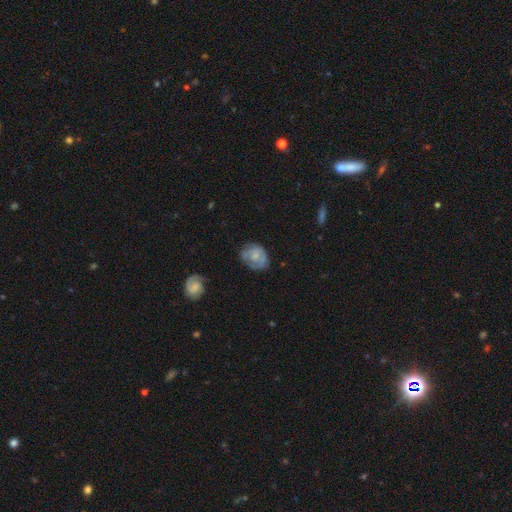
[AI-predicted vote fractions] Smooth or featured?
  - smooth: 46% * (tied)
  - featured or disk: 46% * (tied)
  - star or artifact: 8%
Merging?
  - none: 56% *
  - minor disturbance: 28%
  - major disturbance: 14%
  - merger: 2%